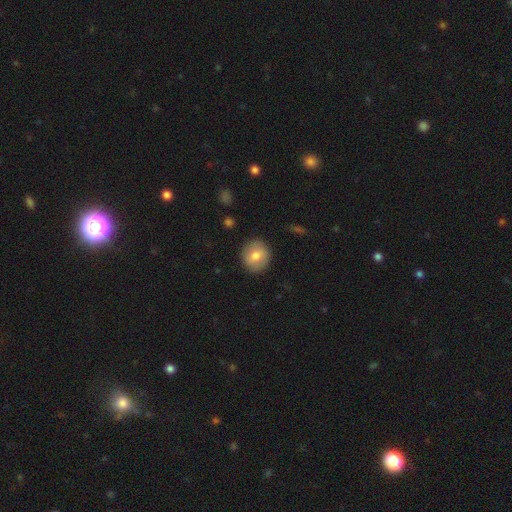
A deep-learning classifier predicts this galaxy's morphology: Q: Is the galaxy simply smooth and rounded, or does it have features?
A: smooth — 75%.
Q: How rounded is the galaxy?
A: round — 86%.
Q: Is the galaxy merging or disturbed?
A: none — 90%.